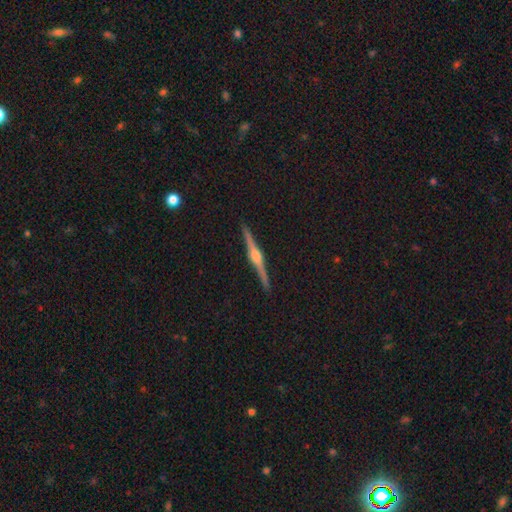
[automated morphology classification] Smooth or featured?
  - featured or disk: 87% *
  - smooth: 8%
  - star or artifact: 5%
Edge-on disk?
  - yes: 99% *
  - no: 1%
Edge-on bulge?
  - rounded: 90% *
  - boxy: 7%
  - none: 3%
Merging?
  - none: 93% *
  - minor disturbance: 5%
  - major disturbance: 1%
  - merger: 1%